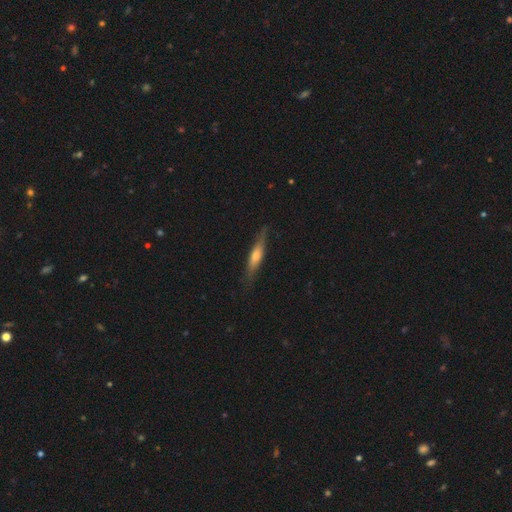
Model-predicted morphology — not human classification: A featured or disk galaxy (58%) viewed edge-on (91%) with a rounded central bulge (76%).

Vote fractions:
- Smooth or featured? featured or disk: 58% / smooth: 35% / star or artifact: 6%
- Edge-on disk? yes: 91% / no: 9%
- Edge-on bulge? rounded: 76% / none: 14% / boxy: 10%
- Merging? none: 83% / minor disturbance: 13% / major disturbance: 3% / merger: 1%